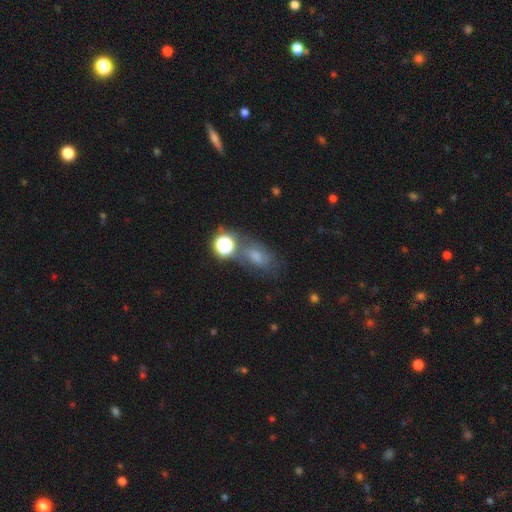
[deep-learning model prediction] Morphology: type=smooth (58%); roundness=in between (77%); merging=none (50%).